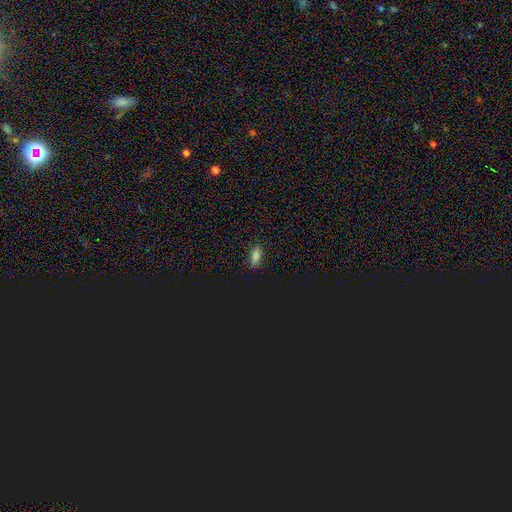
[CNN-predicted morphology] A smooth galaxy with no disk features (75%) that is in between round and cigar-shaped (84%).

Vote fractions:
- Smooth or featured? smooth: 75% / star or artifact: 19% / featured or disk: 6%
- How rounded? in between: 84% / cigar-shaped: 11% / round: 5%
- Merging? none: 86% / minor disturbance: 10% / major disturbance: 2% / merger: 1%